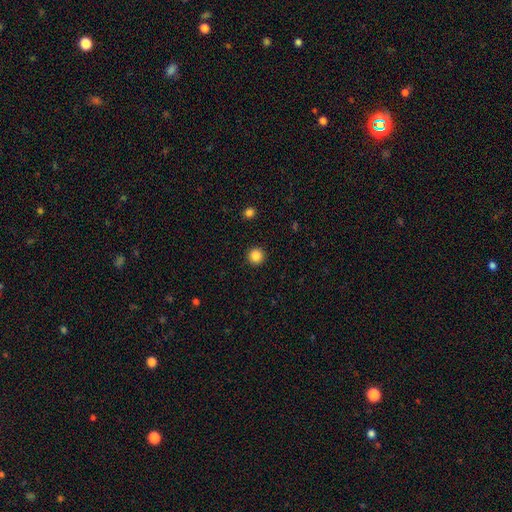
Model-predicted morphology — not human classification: Smooth or featured? Predicted: smooth (p=0.86). How rounded? Predicted: round (p=0.95). Merging? Predicted: none (p=0.93).